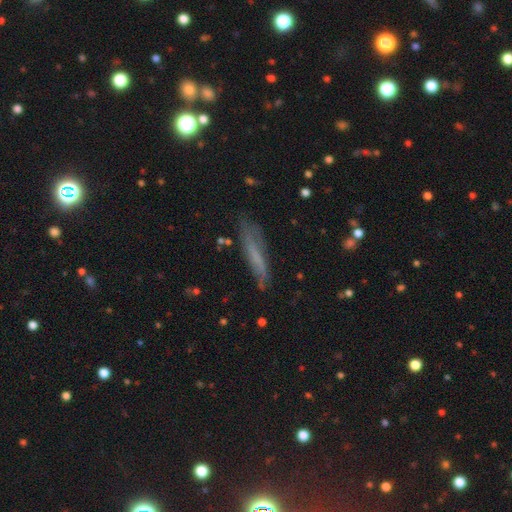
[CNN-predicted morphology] Smooth or featured: smooth — 51% (featured or disk — 39%)
How rounded: cigar-shaped — 87% (in between — 11%)
Merging: none — 71% (minor disturbance — 20%)